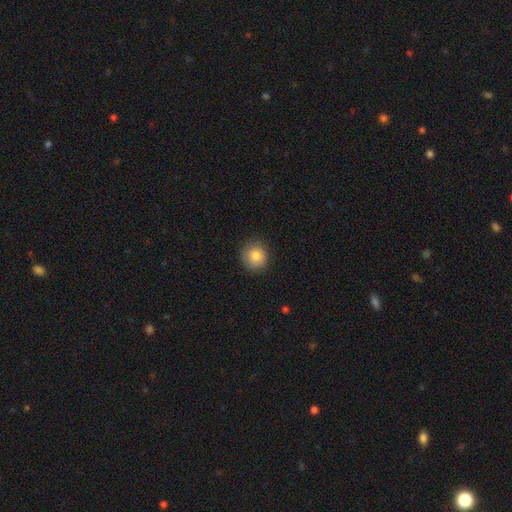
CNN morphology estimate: This appears to be a smooth galaxy with no disk features (83%) that is round (90%). Merging: none (86%).